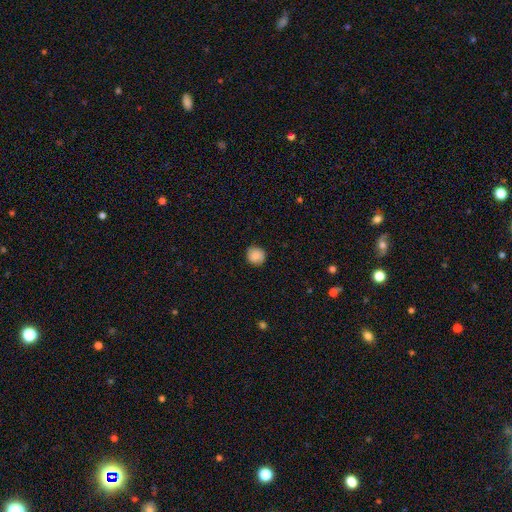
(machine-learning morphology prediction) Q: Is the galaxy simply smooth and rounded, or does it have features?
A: smooth — 83%.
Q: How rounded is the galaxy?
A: round — 91%.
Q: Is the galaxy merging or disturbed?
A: none — 87%.